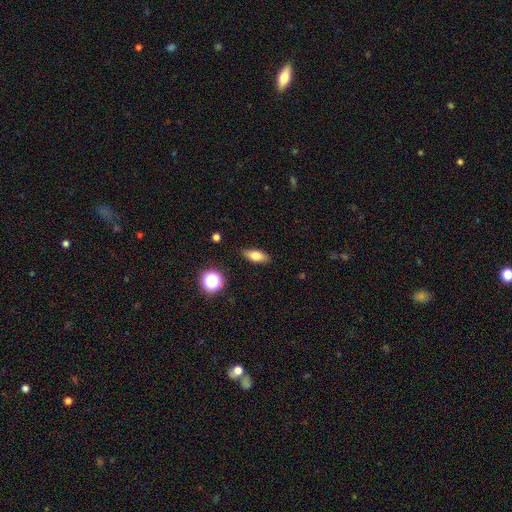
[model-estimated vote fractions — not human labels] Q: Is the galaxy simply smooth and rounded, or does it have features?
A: smooth — 76%.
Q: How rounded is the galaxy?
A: in between — 77%.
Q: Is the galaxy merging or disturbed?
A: none — 86%.